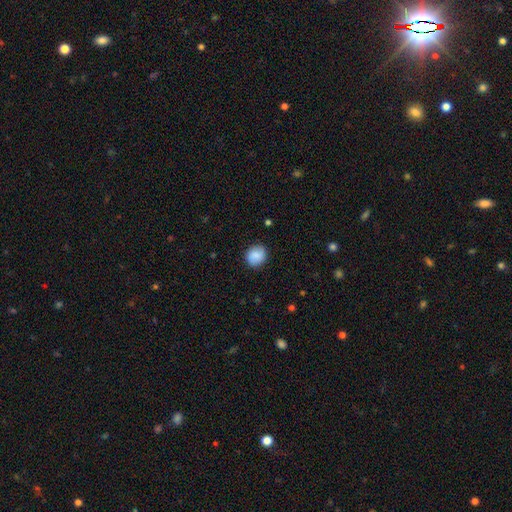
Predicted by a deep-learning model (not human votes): smooth-or-featured: smooth: 83% | featured or disk: 10% | star or artifact: 8%
  how-rounded: round: 79% | in between: 20% | cigar-shaped: 1%
  merging: none: 87% | minor disturbance: 9% | major disturbance: 2% | merger: 1%